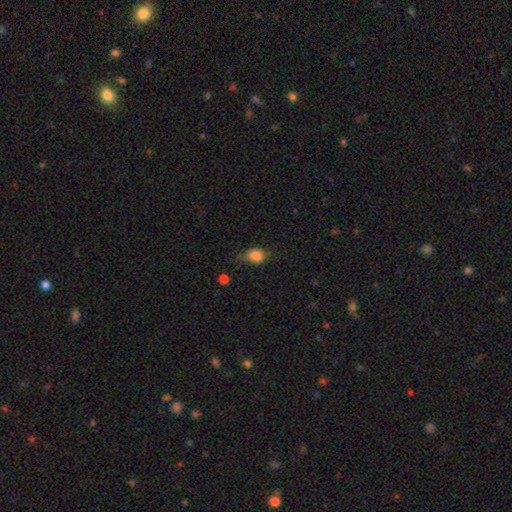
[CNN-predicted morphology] This is clearly a smooth galaxy (81%). How rounded: likely in between (64%). Merging: marginally none (43%).